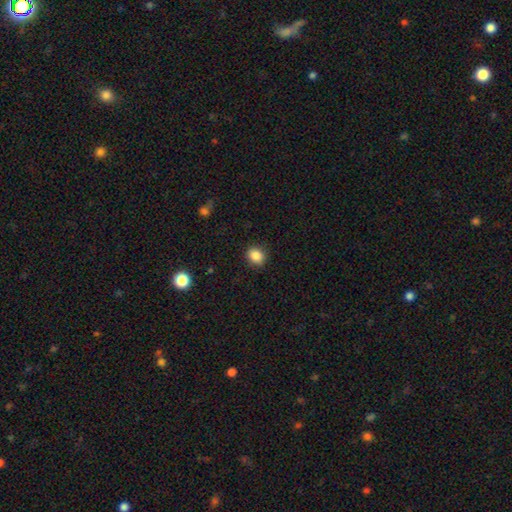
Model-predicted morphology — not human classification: A smooth galaxy with no disk features (86%) that is round (63%). Merging: none (89%).